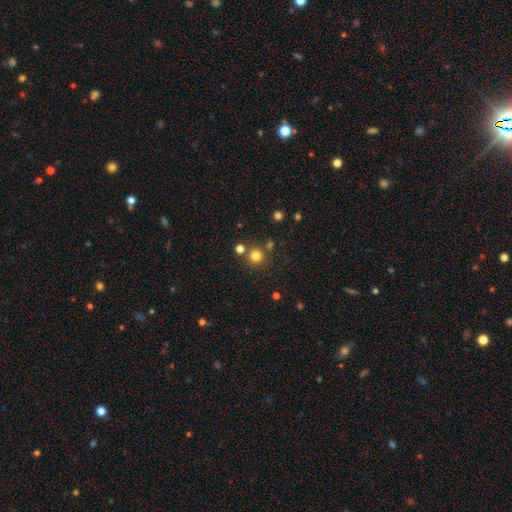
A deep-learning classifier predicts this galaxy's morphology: This is likely a smooth galaxy (79%). How rounded: clearly round (94%). Merging: likely none (78%).